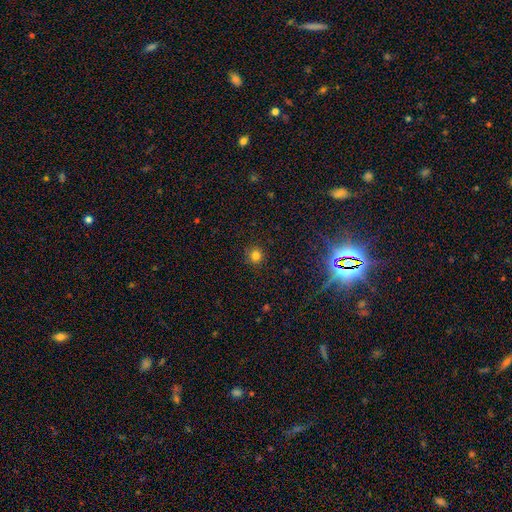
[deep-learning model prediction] Smooth or featured? Predicted: smooth (p=0.81). How rounded? Predicted: round (p=0.94). Merging? Predicted: none (p=0.91).